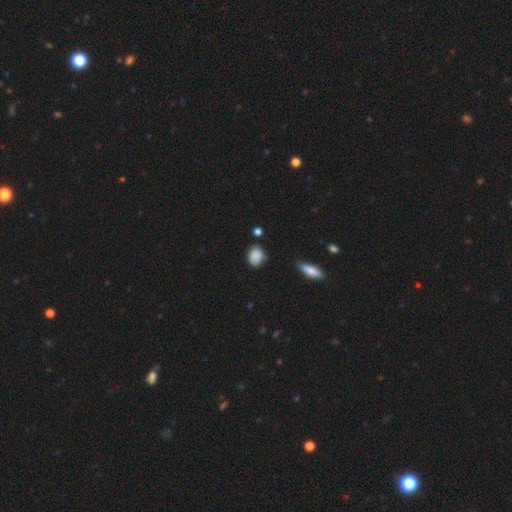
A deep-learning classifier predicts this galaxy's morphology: This is clearly a smooth galaxy (87%). How rounded: possibly in between (54%). Merging: likely none (73%).